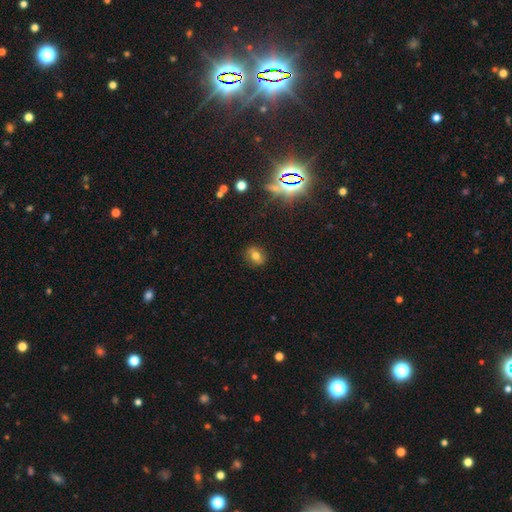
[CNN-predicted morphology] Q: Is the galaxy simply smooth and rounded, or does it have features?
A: smooth — 67%.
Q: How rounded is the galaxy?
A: round — 59%.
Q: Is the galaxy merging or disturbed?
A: none — 86%.